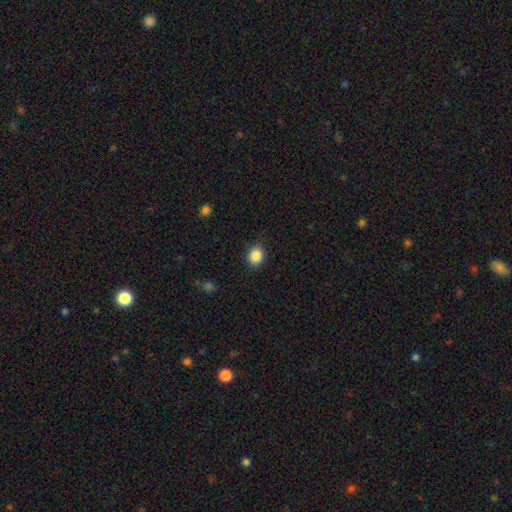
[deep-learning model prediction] A smooth galaxy with no disk features (87%) that is round (69%).

Vote fractions:
- Smooth or featured? smooth: 87% / star or artifact: 10% / featured or disk: 3%
- How rounded? round: 69% / in between: 30% / cigar-shaped: 1%
- Merging? none: 87% / minor disturbance: 9% / major disturbance: 2% / merger: 1%